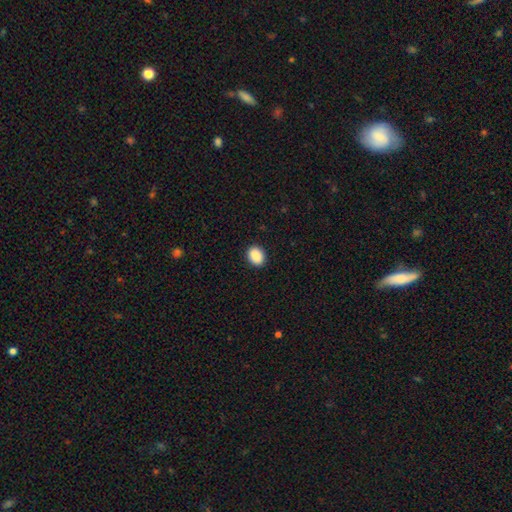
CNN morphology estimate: type=smooth (90%); roundness=in between (60%); merging=none (91%).